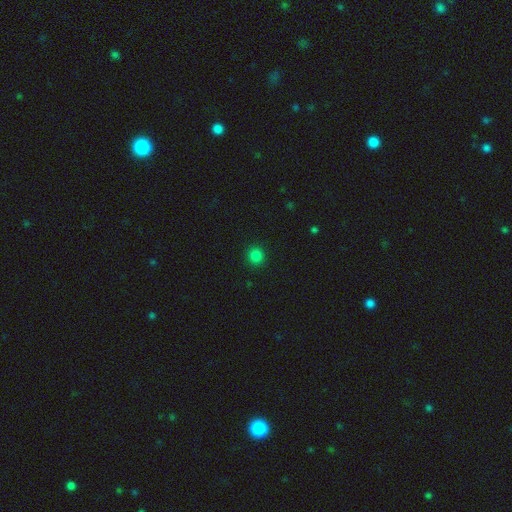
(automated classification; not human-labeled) Smooth or featured?
  - smooth: 83% *
  - star or artifact: 14%
  - featured or disk: 3%
How rounded?
  - round: 92% *
  - in between: 7%
  - cigar-shaped: 1%
Merging?
  - none: 92% *
  - minor disturbance: 5%
  - major disturbance: 2%
  - merger: 1%